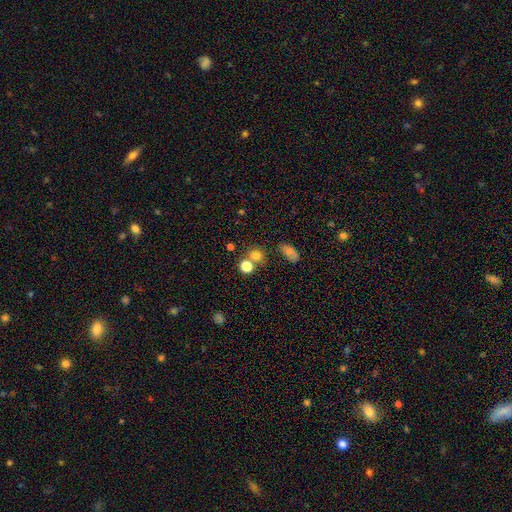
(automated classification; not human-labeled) Smooth or featured: smooth — 75% (star or artifact — 17%)
How rounded: round — 78% (in between — 21%)
Merging: none — 60% (merger — 27%)